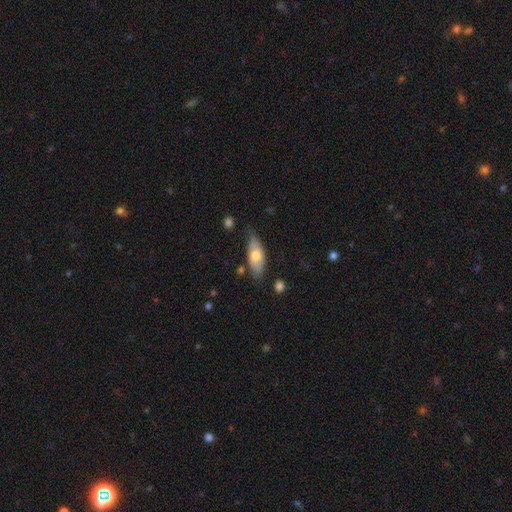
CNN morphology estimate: Q: Smooth or featured?
A: smooth (68%); runner-up: featured or disk (27%)
Q: How rounded?
A: in between (79%); runner-up: cigar-shaped (18%)
Q: Merging?
A: none (72%); runner-up: minor disturbance (21%)